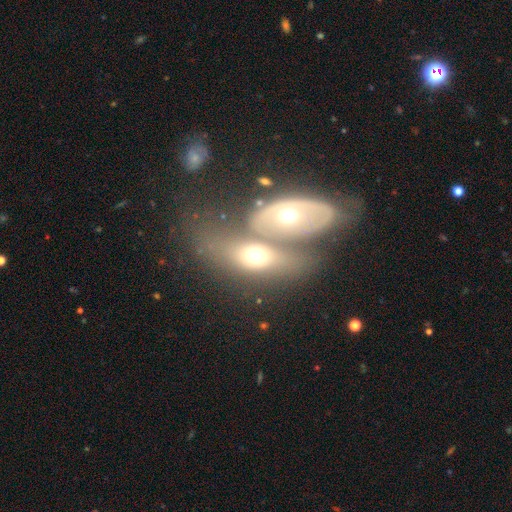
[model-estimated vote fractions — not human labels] The model was most divided on "smooth or featured": smooth: 47%, featured or disk: 46%, star or artifact: 8%. More confident: merging — merger (59%).